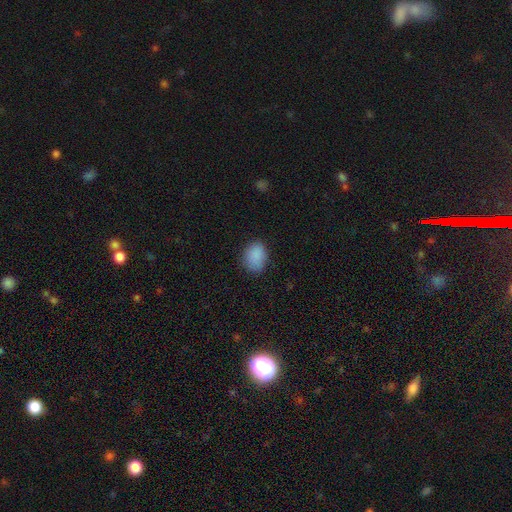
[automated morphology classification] type=smooth (87%); roundness=in between (69%); merging=none (79%).